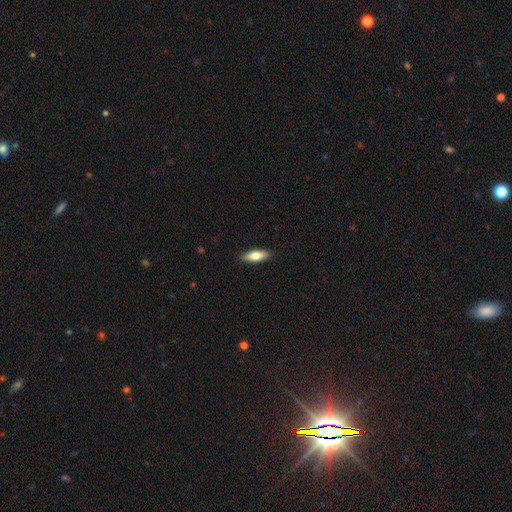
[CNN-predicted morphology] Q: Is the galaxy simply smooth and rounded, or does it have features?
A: smooth — 75%.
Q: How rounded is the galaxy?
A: in between — 64%.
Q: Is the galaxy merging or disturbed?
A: none — 90%.